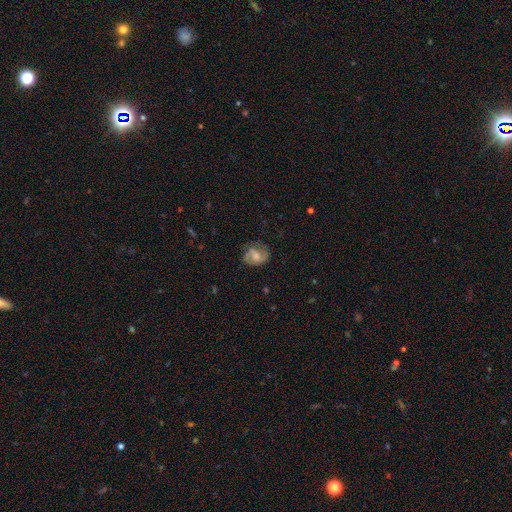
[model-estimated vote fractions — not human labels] smooth-or-featured: featured or disk: 60% | smooth: 32% | star or artifact: 8%
  disk-edge-on: no: 97% | yes: 3%
    bar: weak: 45% | no: 42% | strong: 13%
    has-spiral-arms: yes: 87% | no: 13%
      spiral-winding: medium: 47% | loose: 28% | tight: 25%
      spiral-arm-count: 2: 80% | can't tell: 10% | 1: 6% | 3: 2% | 4: 1% | more than 4: 1%
    bulge-size: moderate: 48% | small: 29% | large: 11% | none: 11% | dominant: 2%
  merging: none: 68% | minor disturbance: 21% | major disturbance: 10% | merger: 1%